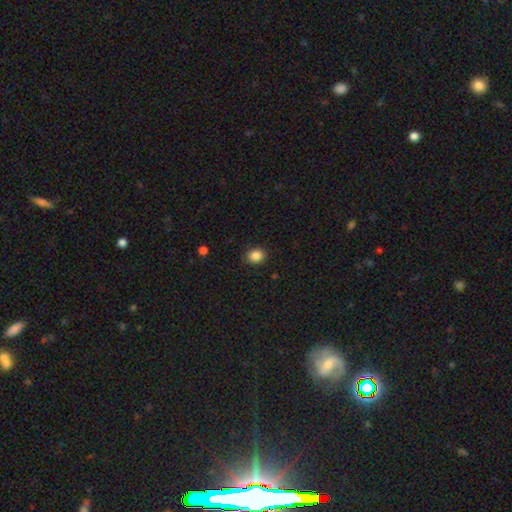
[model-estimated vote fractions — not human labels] Smooth or featured: smooth — 86% (star or artifact — 10%)
How rounded: round — 66% (in between — 33%)
Merging: none — 88% (minor disturbance — 8%)